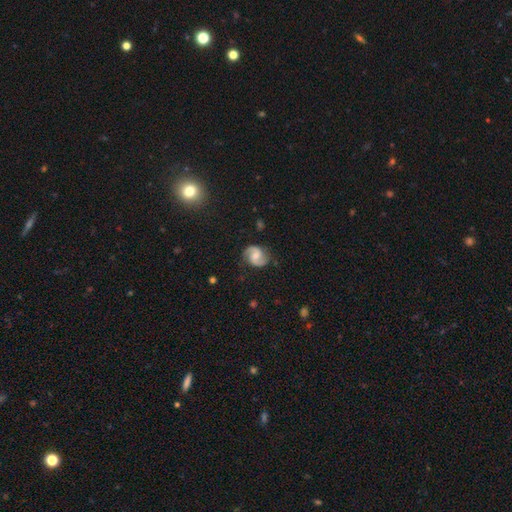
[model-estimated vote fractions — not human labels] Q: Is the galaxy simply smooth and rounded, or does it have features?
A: featured or disk — 85%.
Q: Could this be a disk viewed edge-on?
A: no — 98%.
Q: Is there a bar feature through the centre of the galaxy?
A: no — 46%.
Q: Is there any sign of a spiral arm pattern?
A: yes — 97%.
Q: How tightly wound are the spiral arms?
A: medium — 55%.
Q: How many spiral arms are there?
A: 2 — 94%.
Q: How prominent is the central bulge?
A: moderate — 47%.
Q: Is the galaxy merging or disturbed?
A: none — 83%.